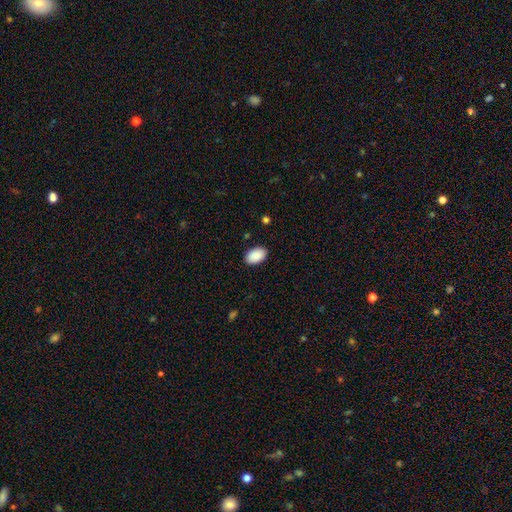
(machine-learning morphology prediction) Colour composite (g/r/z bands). It shows a smooth galaxy with no disk features (91%) that is in between round and cigar-shaped (92%). Merging: none (89%).